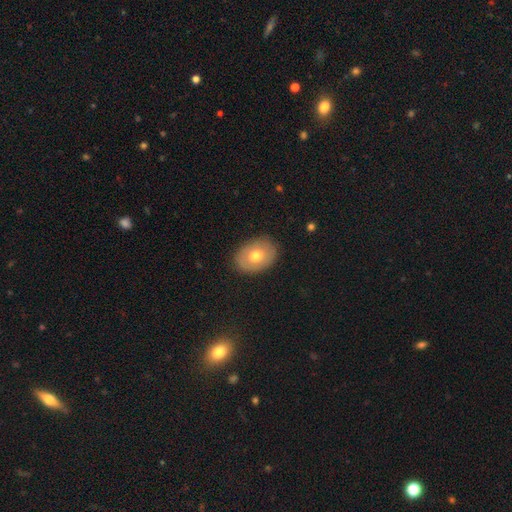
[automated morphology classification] smooth-or-featured: smooth: 64% | featured or disk: 29% | star or artifact: 8%
  how-rounded: in between: 73% | round: 26% | cigar-shaped: 1%
  merging: none: 87% | minor disturbance: 10% | major disturbance: 3% | merger: 1%